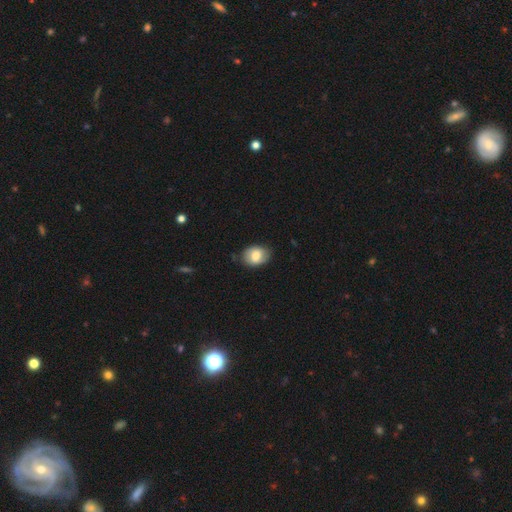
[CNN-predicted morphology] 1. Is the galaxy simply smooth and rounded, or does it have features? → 71% smooth, 22% featured or disk, 7% star or artifact.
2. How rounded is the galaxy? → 73% in between, 26% round, 1% cigar-shaped.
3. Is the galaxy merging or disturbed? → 74% none, 20% minor disturbance, 4% major disturbance, 1% merger.